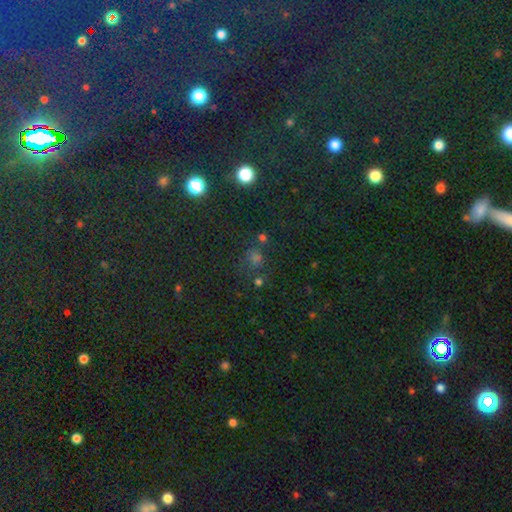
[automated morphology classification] Smooth or featured?
  - smooth: 46% * (tied)
  - star or artifact: 46% * (tied)
  - featured or disk: 8%
Merging?
  - none: 73% *
  - merger: 11%
  - minor disturbance: 10%
  - major disturbance: 5%